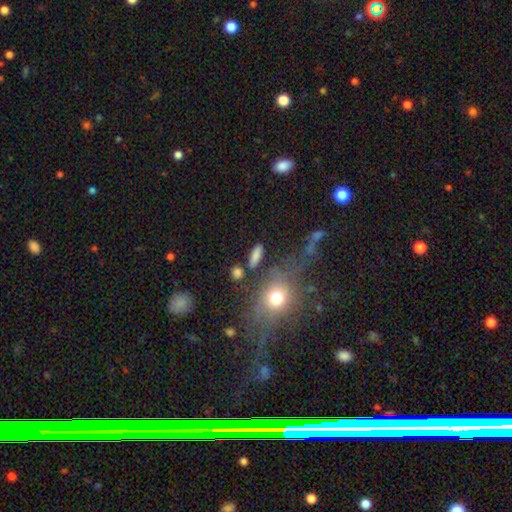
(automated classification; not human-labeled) Morphology: type=smooth (80%); roundness=in between (57%); merging=none (77%).